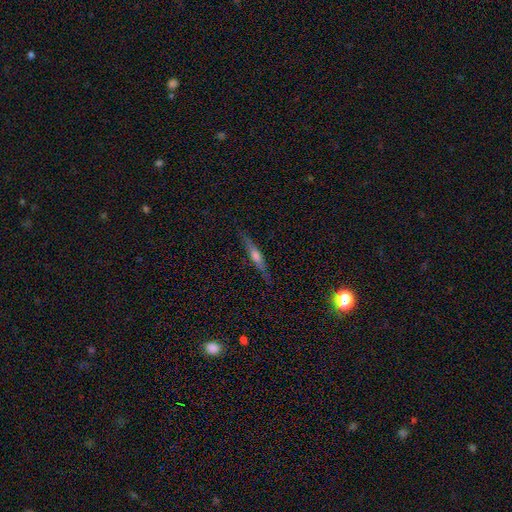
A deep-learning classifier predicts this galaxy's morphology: Smooth or featured? featured or disk (60%)
Edge-on disk? yes (96%)
Edge-on bulge? rounded (75%)
Merging? none (86%)